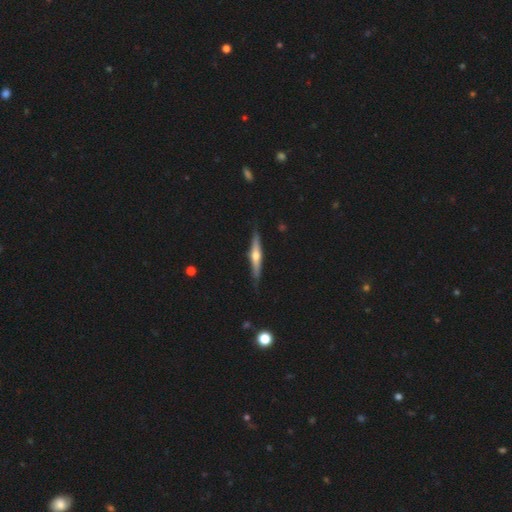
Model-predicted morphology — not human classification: Smooth or featured: featured or disk — 62% (smooth — 32%)
Edge-on disk: yes — 95% (no — 5%)
Edge-on bulge: rounded — 89% (none — 7%)
Merging: none — 86% (minor disturbance — 11%)